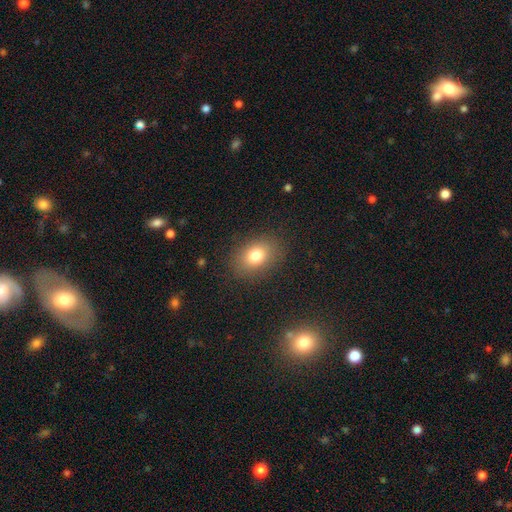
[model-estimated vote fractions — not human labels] Smooth or featured: smooth — 78% (star or artifact — 11%)
How rounded: in between — 68% (round — 31%)
Merging: none — 85% (minor disturbance — 10%)